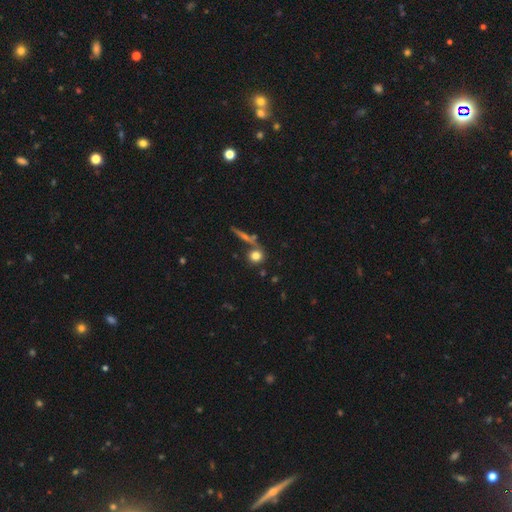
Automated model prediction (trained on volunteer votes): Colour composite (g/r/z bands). It shows a smooth galaxy with no disk features (76%) that is round (86%). Merging: none (68%).